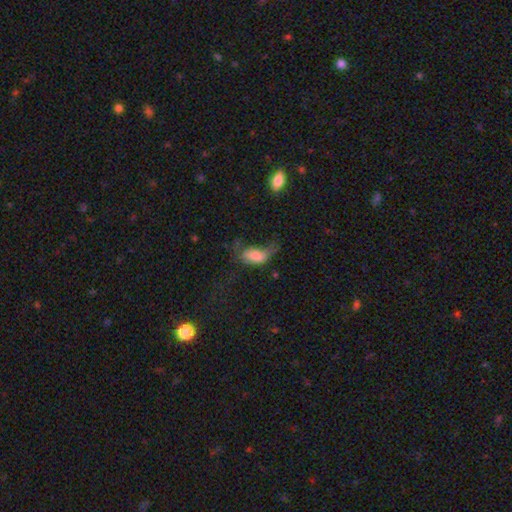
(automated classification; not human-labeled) smooth 66%, featured or disk 24%, star or artifact 10%. Down the decision tree: how rounded — in between (89%); merging — major disturbance (50%).